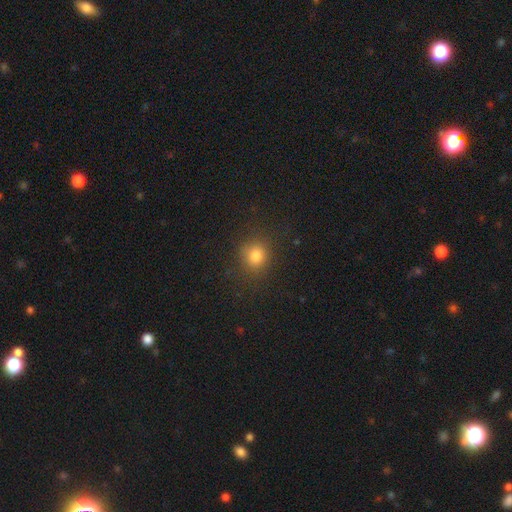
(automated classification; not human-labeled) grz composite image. It shows a smooth galaxy with no disk features (79%) that is round (76%). Merging: none (84%).